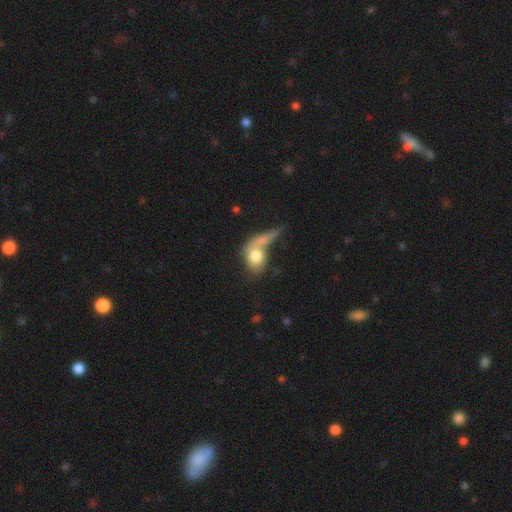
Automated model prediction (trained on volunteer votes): Smooth or featured: smooth — 72% (featured or disk — 20%)
How rounded: in between — 56% (round — 38%)
Merging: merger — 45% (none — 22%)